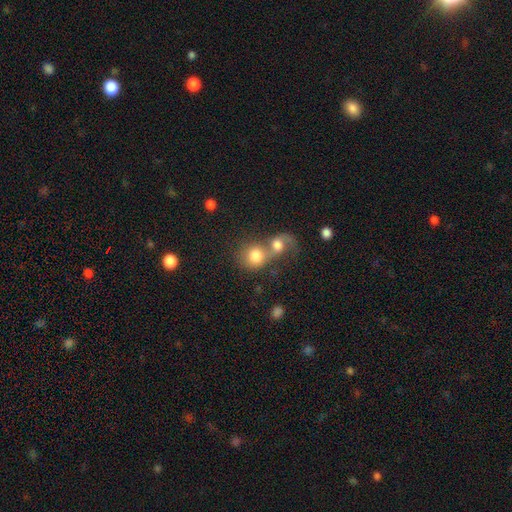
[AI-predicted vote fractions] smooth 74%, featured or disk 17%, star or artifact 9%. Down the decision tree: how rounded — round (72%); merging — merger (70%).